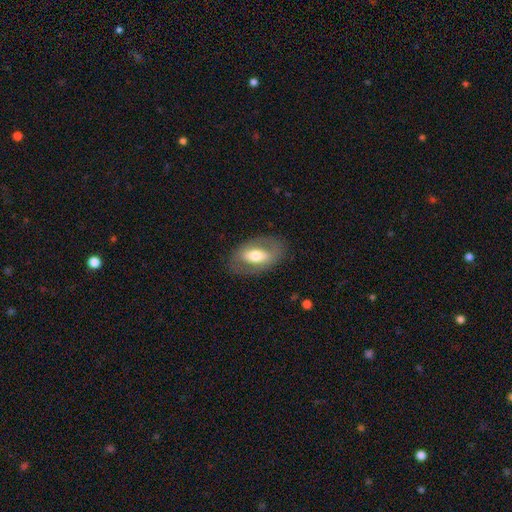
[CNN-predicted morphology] This appears to be a smooth galaxy with no disk features (49%). Merging: none (79%).